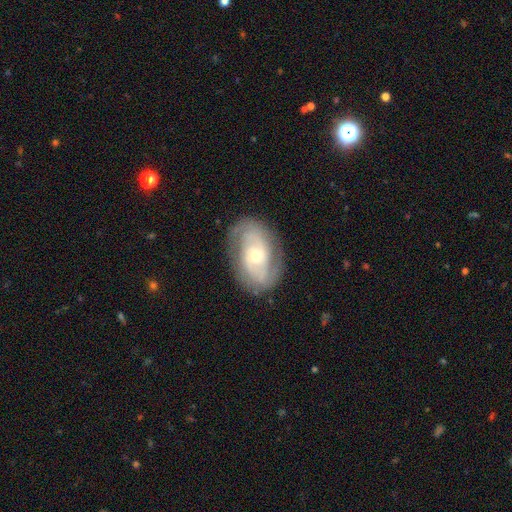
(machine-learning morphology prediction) A featured or disk galaxy (79%) with no bar (63%), 2 (72%) tight (46%) spiral arms (88%) and a small central bulge (49%). Merging: none (79%).